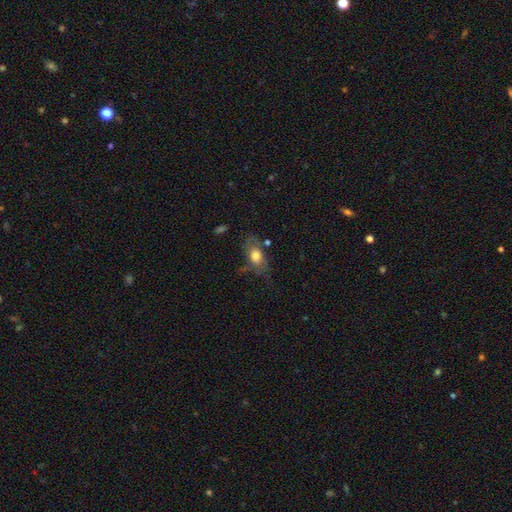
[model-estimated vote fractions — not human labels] Smooth or featured: smooth — 64% (featured or disk — 28%)
How rounded: in between — 82% (round — 12%)
Merging: none — 53% (minor disturbance — 27%)